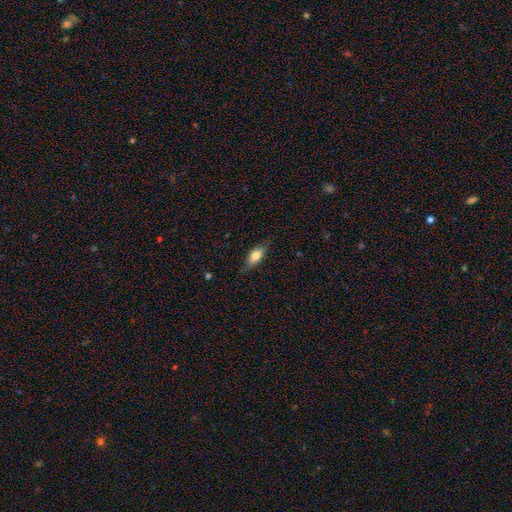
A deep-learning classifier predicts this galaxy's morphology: Q: Smooth or featured?
A: smooth (72%); runner-up: featured or disk (21%)
Q: How rounded?
A: in between (76%); runner-up: cigar-shaped (21%)
Q: Merging?
A: none (78%); runner-up: minor disturbance (17%)